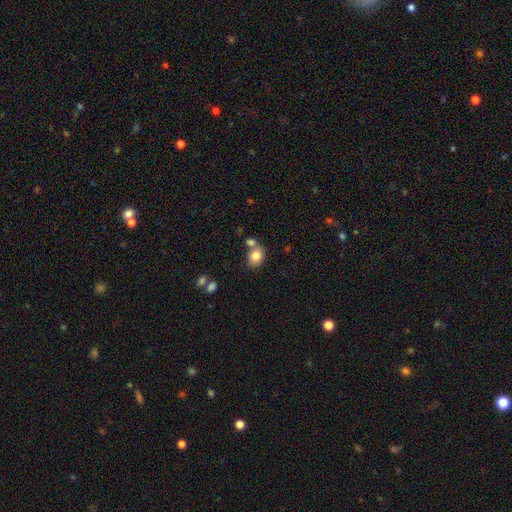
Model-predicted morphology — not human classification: Q: Smooth or featured?
A: smooth (82%); runner-up: featured or disk (9%)
Q: How rounded?
A: in between (53%); runner-up: round (46%)
Q: Merging?
A: none (55%); runner-up: merger (27%)